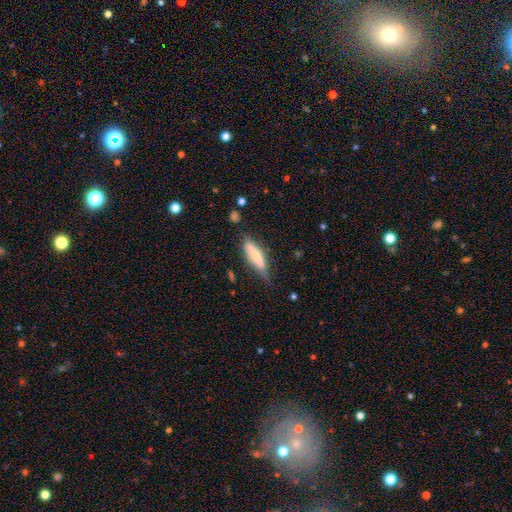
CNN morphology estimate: Smooth or featured: smooth — 62% (featured or disk — 31%)
How rounded: cigar-shaped — 67% (in between — 31%)
Merging: none — 61% (minor disturbance — 29%)